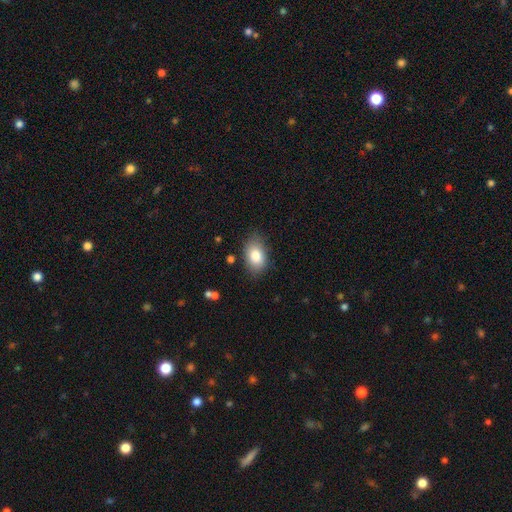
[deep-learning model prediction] Q: Smooth or featured?
A: smooth (83%); runner-up: featured or disk (10%)
Q: How rounded?
A: in between (89%); runner-up: round (10%)
Q: Merging?
A: none (80%); runner-up: minor disturbance (15%)